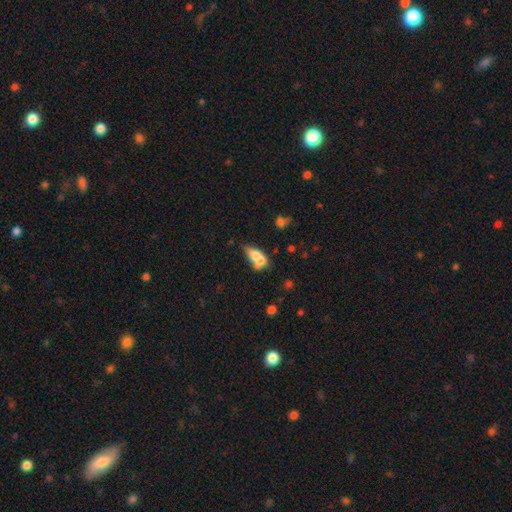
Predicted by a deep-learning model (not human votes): Smooth or featured: smooth — 63% (featured or disk — 28%)
How rounded: in between — 71% (cigar-shaped — 20%)
Merging: merger — 50% (none — 27%)